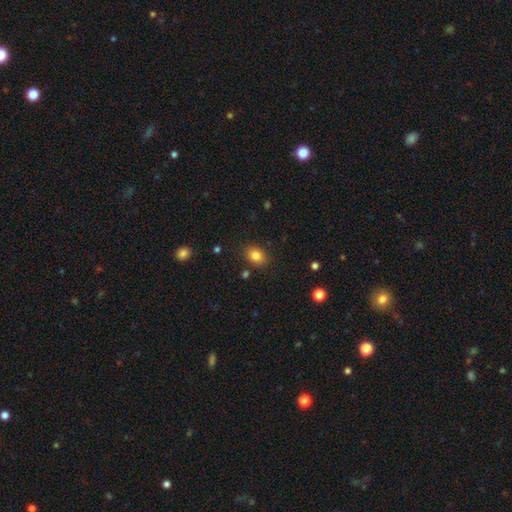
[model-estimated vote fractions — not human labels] Morphology: type=smooth (83%); roundness=in between (62%); merging=none (84%).